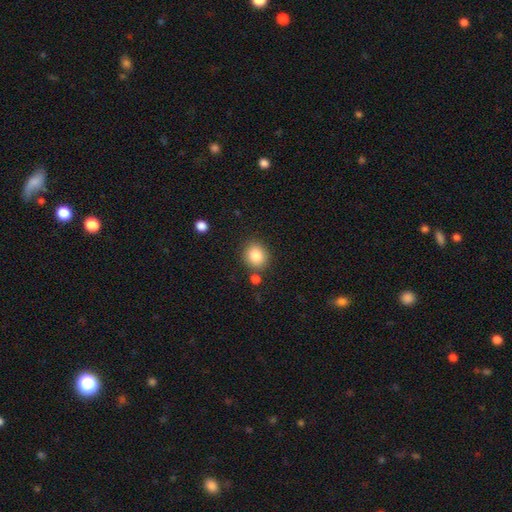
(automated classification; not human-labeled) smooth 84%, star or artifact 9%, featured or disk 7%. Down the decision tree: how rounded — round (72%); merging — none (80%).